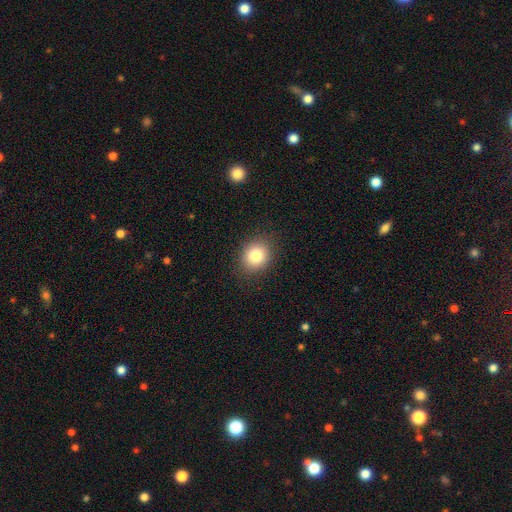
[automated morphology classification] This is clearly a smooth galaxy (82%). How rounded: likely round (65%). Merging: clearly none (88%).